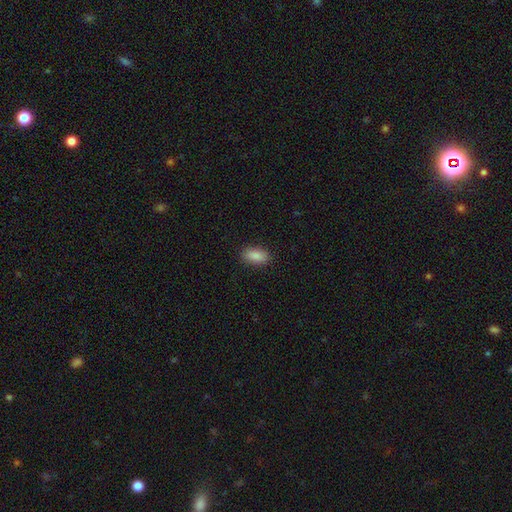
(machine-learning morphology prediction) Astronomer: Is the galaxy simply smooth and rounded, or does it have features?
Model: smooth — 89%.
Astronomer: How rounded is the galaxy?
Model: in between — 91%.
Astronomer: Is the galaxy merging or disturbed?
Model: none — 88%.